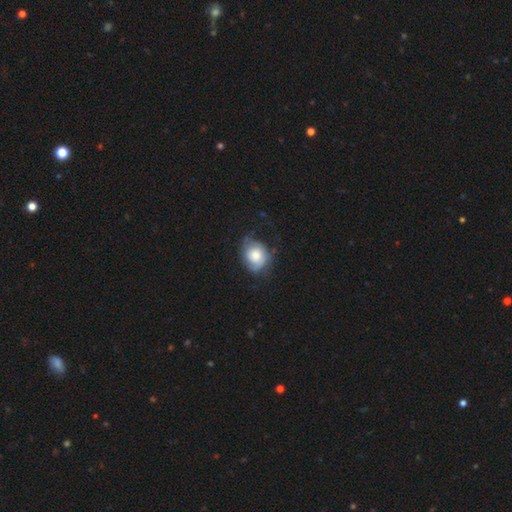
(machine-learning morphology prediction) Smooth or featured?
  - smooth: 55% *
  - featured or disk: 37%
  - star or artifact: 8%
How rounded?
  - round: 59% *
  - in between: 40%
  - cigar-shaped: 1%
Merging?
  - none: 55% *
  - minor disturbance: 30%
  - major disturbance: 13%
  - merger: 2%